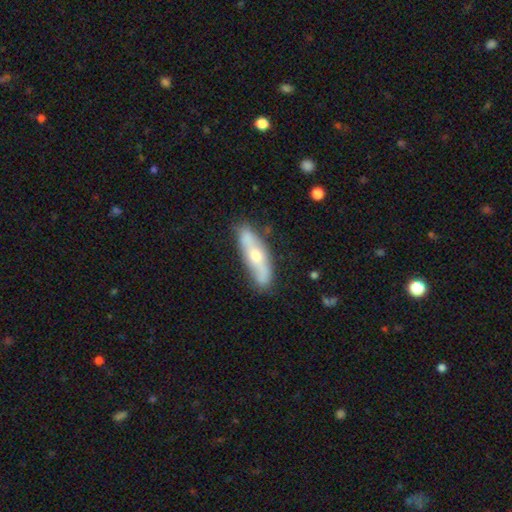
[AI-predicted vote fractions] smooth-or-featured: featured or disk: 54% | smooth: 40% | star or artifact: 6%
  disk-edge-on: no: 52% | yes: 48%
  merging: none: 75% | minor disturbance: 17% | major disturbance: 4% | merger: 3%